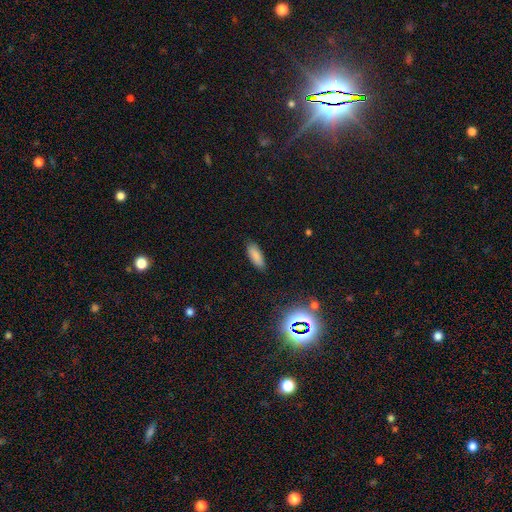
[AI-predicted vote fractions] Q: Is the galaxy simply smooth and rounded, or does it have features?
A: smooth — 85%.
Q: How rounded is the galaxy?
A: in between — 71%.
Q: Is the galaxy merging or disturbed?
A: none — 85%.